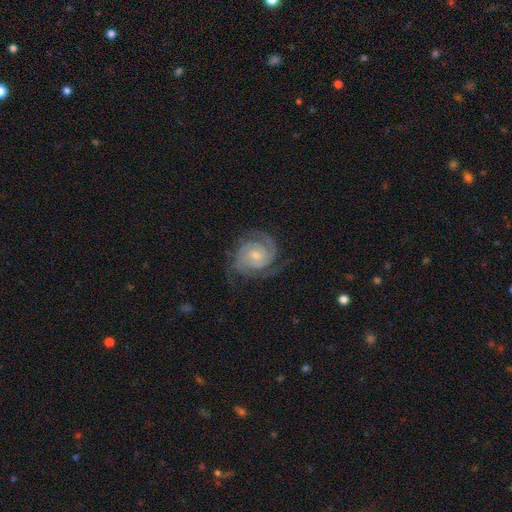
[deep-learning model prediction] featured or disk 91%, smooth 5%, star or artifact 4%. Down the decision tree: edge-on disk — no (98%); bar — no (59%); spiral arms — yes (98%); spiral arm count — 2 (66%); spiral winding — tight (72%); bulge size — small (59%); merging — none (76%).